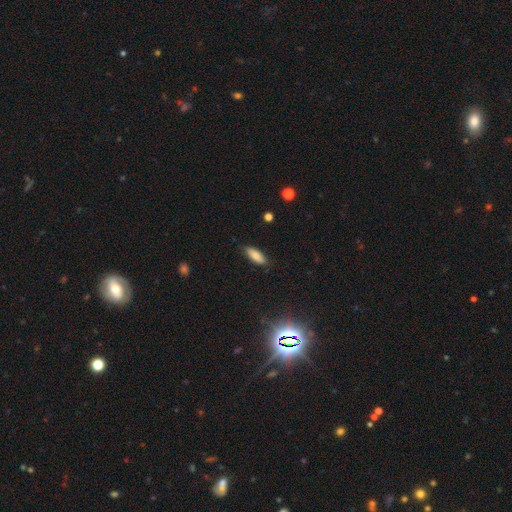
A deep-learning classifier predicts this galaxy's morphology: smooth-or-featured: smooth: 80% | featured or disk: 12% | star or artifact: 8%
  how-rounded: in between: 69% | cigar-shaped: 29% | round: 2%
  merging: none: 83% | minor disturbance: 14% | major disturbance: 2% | merger: 1%